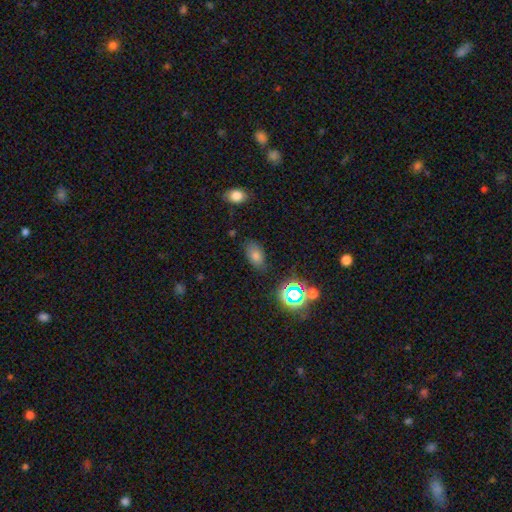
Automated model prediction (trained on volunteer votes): Q: Smooth or featured?
A: smooth (71%); runner-up: star or artifact (18%)
Q: How rounded?
A: in between (88%); runner-up: round (10%)
Q: Merging?
A: none (78%); runner-up: minor disturbance (15%)